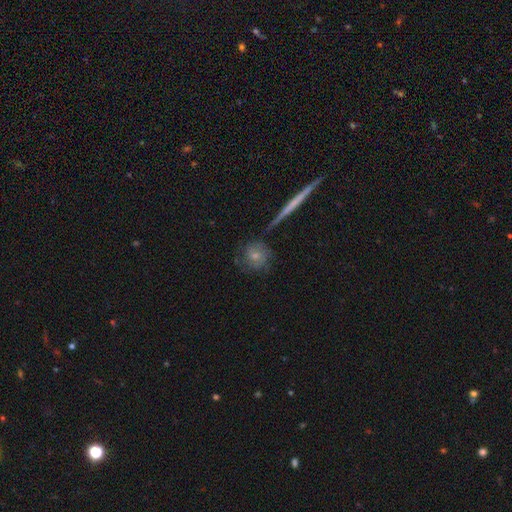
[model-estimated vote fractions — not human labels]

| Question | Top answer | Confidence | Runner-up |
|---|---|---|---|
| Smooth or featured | smooth | 52% | featured or disk (39%) |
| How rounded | round | 85% | in between (11%) |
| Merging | none | 69% | minor disturbance (17%) |